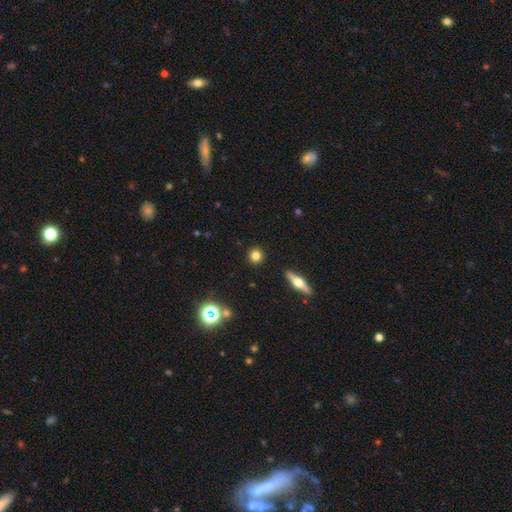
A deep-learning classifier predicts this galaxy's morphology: This appears to be a smooth galaxy with no disk features (77%) that is round (90%). Merging: none (91%).